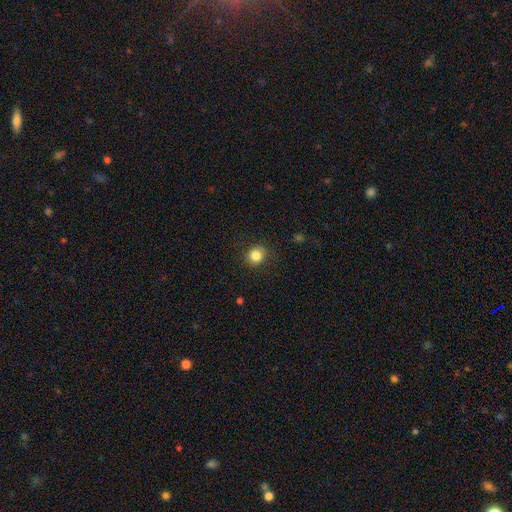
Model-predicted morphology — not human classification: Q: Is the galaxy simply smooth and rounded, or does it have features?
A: smooth — 84%.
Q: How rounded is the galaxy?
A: round — 80%.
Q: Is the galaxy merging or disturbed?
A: none — 86%.